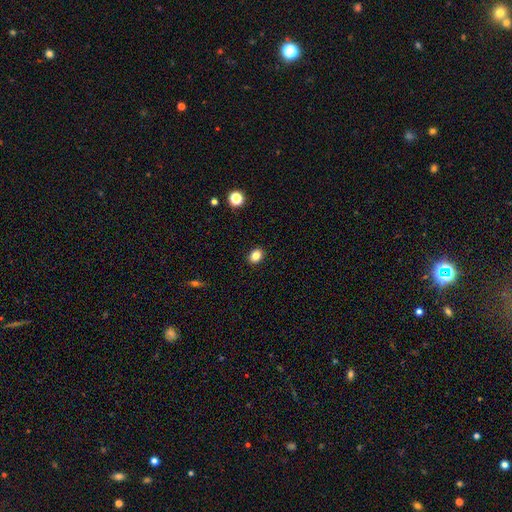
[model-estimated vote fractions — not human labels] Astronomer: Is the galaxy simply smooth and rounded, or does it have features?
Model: smooth — 83%.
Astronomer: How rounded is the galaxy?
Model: in between — 57% (runner-up: round, 41%).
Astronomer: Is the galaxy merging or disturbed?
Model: none — 91%.